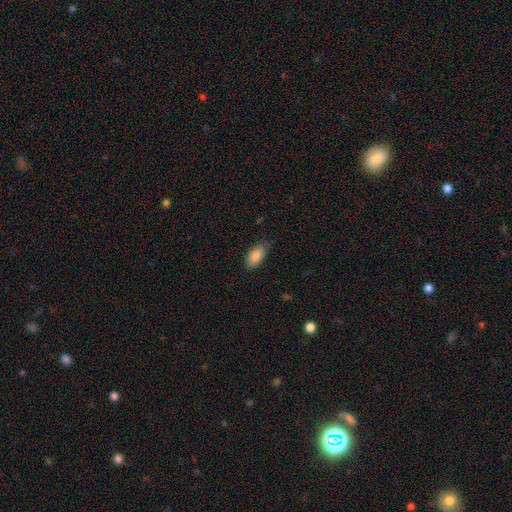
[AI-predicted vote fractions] Smooth or featured? Predicted: smooth (p=0.86). How rounded? Predicted: in between (p=0.91). Merging? Predicted: none (p=0.79).